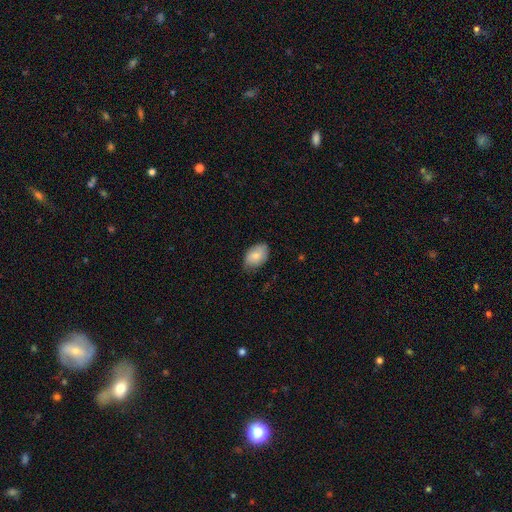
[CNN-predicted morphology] A smooth galaxy with no disk features (76%) that is in between round and cigar-shaped (87%). Merging: none (71%).